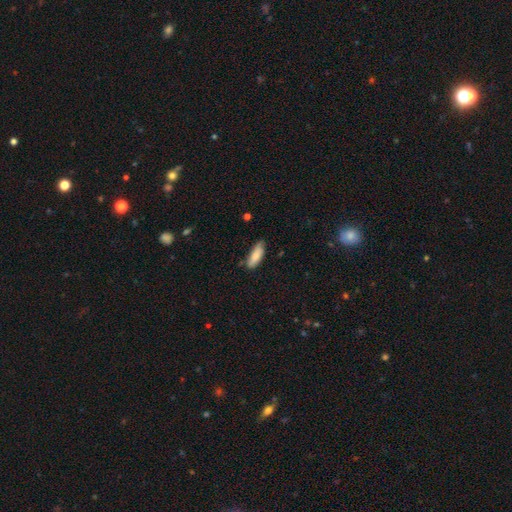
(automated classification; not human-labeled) Q: Smooth or featured?
A: smooth (81%); runner-up: featured or disk (13%)
Q: How rounded?
A: in between (62%); runner-up: cigar-shaped (37%)
Q: Merging?
A: none (70%); runner-up: minor disturbance (24%)